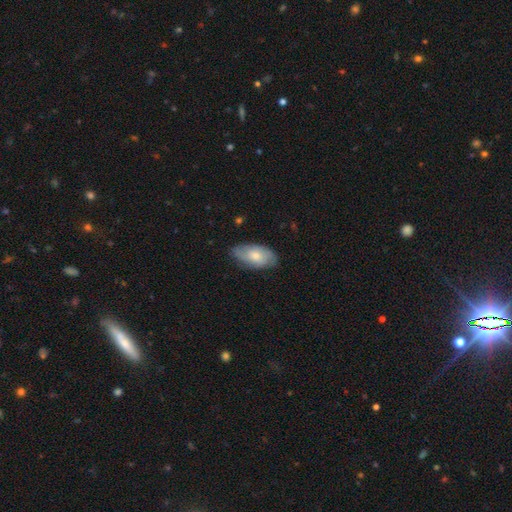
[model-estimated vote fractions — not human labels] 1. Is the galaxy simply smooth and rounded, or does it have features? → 62% smooth, 32% featured or disk, 6% star or artifact.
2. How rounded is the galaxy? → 93% in between, 4% round, 3% cigar-shaped.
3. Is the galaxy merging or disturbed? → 75% none, 20% minor disturbance, 4% major disturbance, 1% merger.